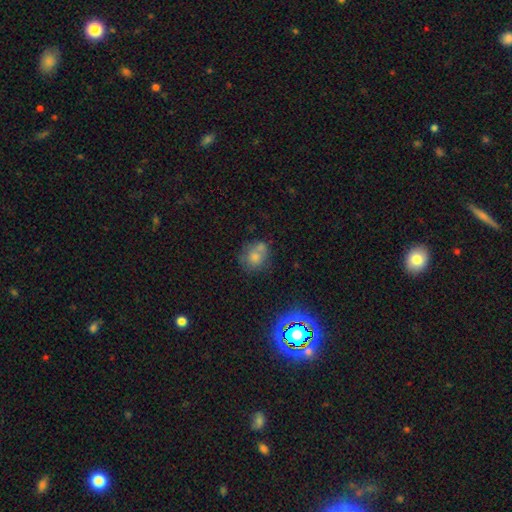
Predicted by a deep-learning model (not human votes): Q: Smooth or featured?
A: smooth (67%); runner-up: featured or disk (18%)
Q: How rounded?
A: round (70%); runner-up: in between (29%)
Q: Merging?
A: none (47%); runner-up: merger (28%)